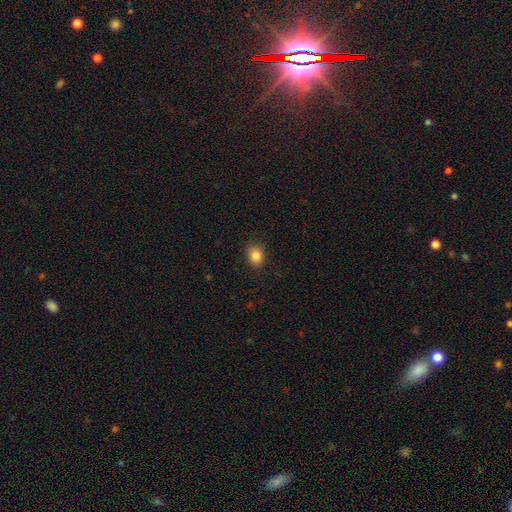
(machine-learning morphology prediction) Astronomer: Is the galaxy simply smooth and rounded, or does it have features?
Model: smooth — 85%.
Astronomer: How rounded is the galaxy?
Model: in between — 50% (runner-up: round, 49%).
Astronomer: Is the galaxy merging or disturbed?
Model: none — 87%.